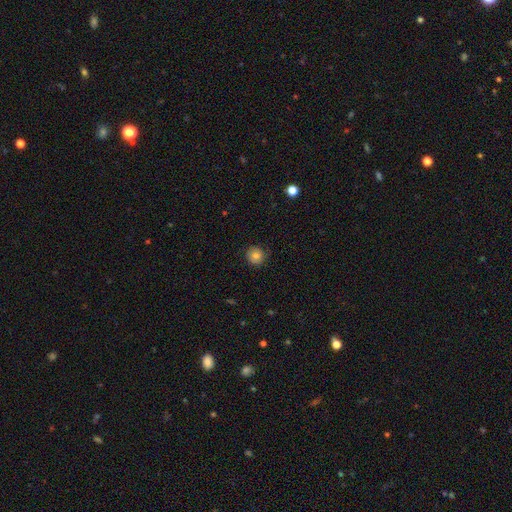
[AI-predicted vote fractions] Overall: smooth (77%). How rounded: round (92%). Merging: none (84%).